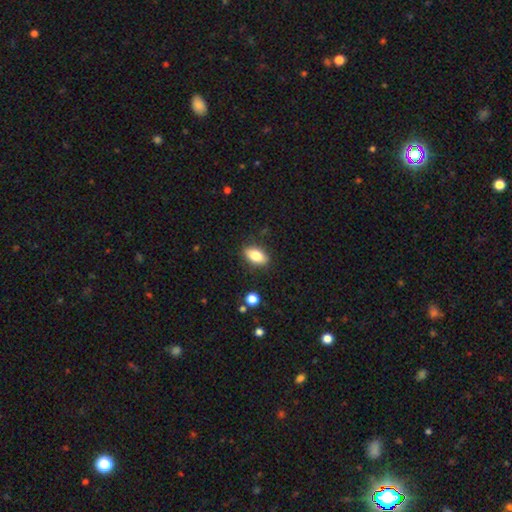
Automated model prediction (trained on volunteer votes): smooth 79%, featured or disk 13%, star or artifact 8%. Down the decision tree: how rounded — in between (88%); merging — none (86%).